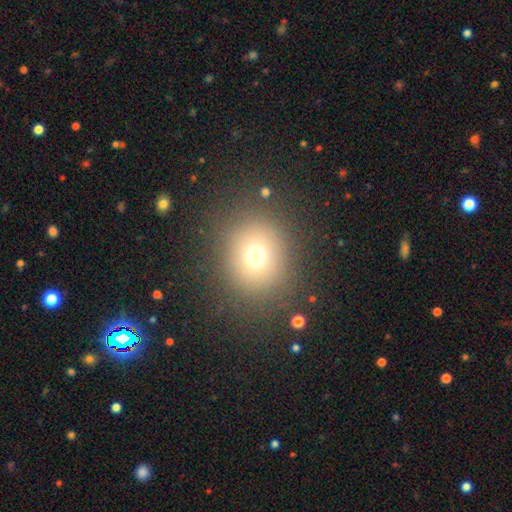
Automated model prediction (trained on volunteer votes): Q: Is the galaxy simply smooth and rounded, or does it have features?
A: smooth — 71%.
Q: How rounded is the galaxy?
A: round — 76%.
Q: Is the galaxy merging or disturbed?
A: none — 85%.